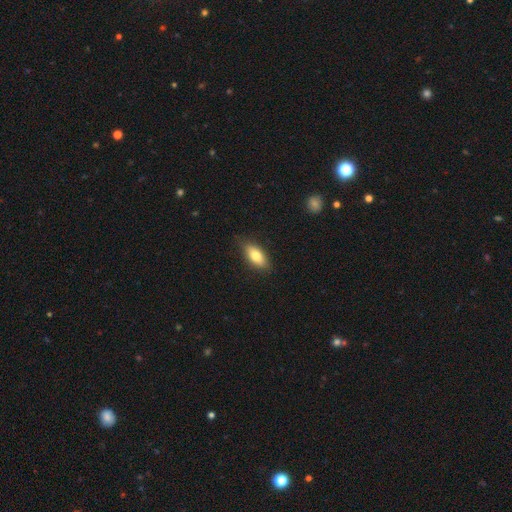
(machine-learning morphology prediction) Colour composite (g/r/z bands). It shows a smooth galaxy with no disk features (78%) that is in between round and cigar-shaped (84%). Merging: none (82%).